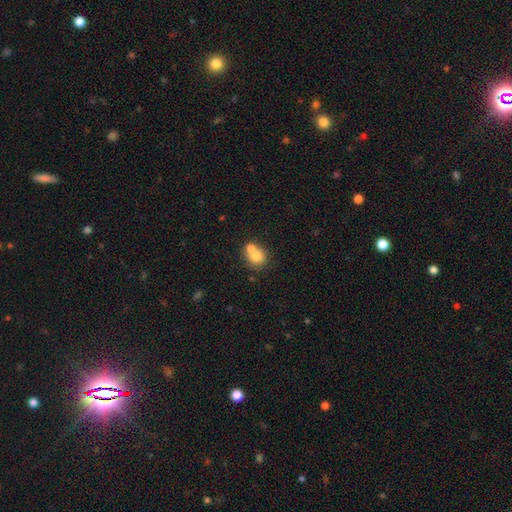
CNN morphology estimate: This is likely a smooth galaxy (76%). How rounded: clearly round (80%). Merging: marginally merger (45%).